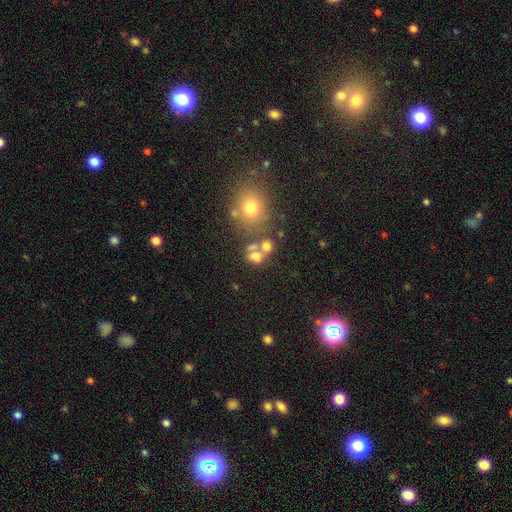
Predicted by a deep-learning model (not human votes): Overall: smooth (63%). How rounded: round (54%; in between 44%). Merging: merger (45%; none 36%).